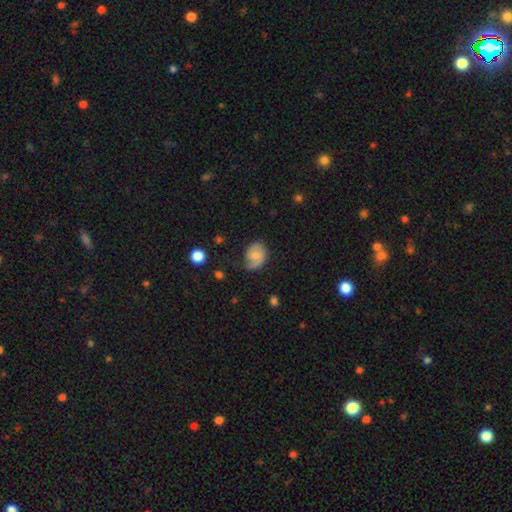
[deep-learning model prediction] Morphology: type=featured or disk (54%); edge-on=no (97%); bar=no (58%); spiral arms=yes (89%); bulge=small (44%); merging=none (59%).